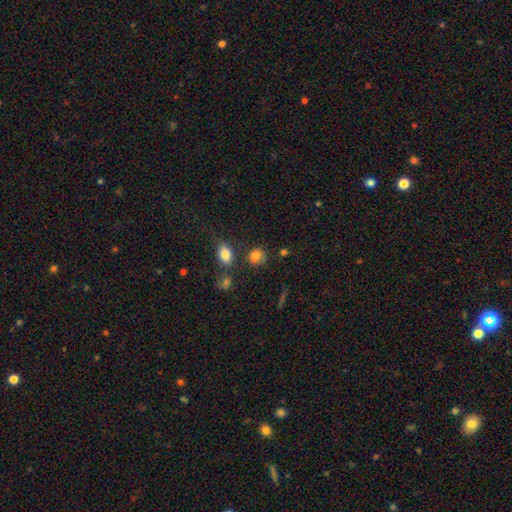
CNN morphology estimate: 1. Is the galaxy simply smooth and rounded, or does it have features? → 82% smooth, 11% star or artifact, 7% featured or disk.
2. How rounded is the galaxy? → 70% round, 29% in between, 1% cigar-shaped.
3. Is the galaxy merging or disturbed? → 71% none, 16% minor disturbance, 8% merger, 5% major disturbance.